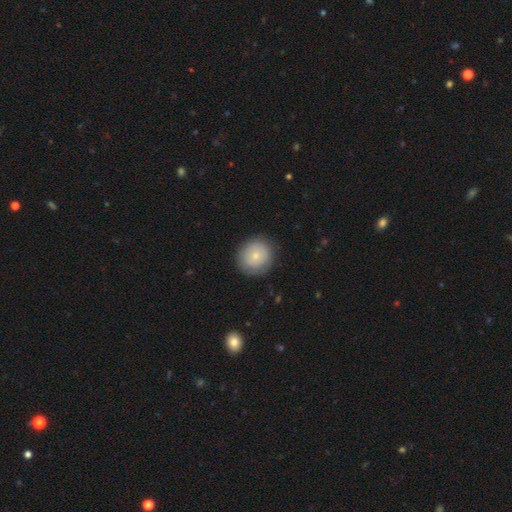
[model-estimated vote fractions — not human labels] A smooth galaxy with no disk features (71%) that is round (88%). Merging: none (84%).